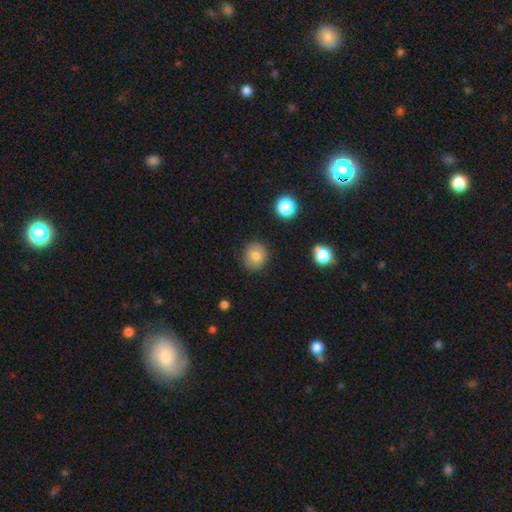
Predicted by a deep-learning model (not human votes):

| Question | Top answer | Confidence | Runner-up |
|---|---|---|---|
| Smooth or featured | smooth | 79% | star or artifact (10%) |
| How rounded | round | 79% | in between (20%) |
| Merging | none | 84% | minor disturbance (11%) |